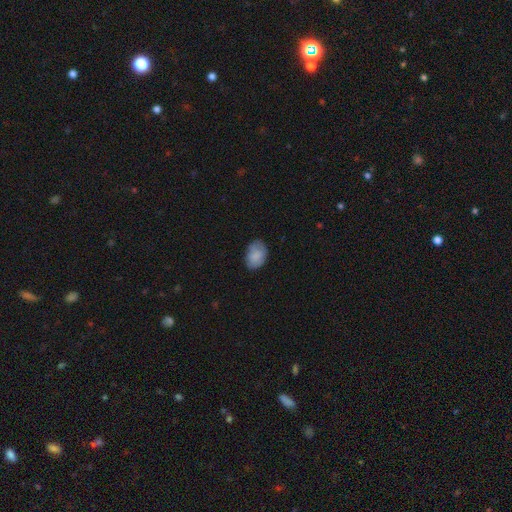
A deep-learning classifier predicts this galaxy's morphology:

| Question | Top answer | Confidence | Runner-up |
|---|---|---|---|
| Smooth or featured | smooth | 84% | featured or disk (9%) |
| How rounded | in between | 81% | round (18%) |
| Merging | none | 74% | minor disturbance (21%) |